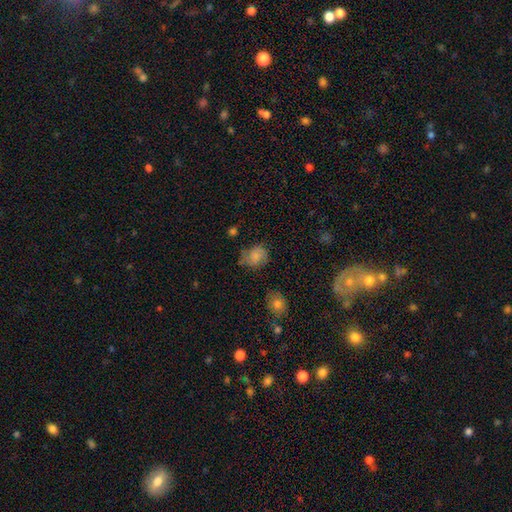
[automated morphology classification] Smooth or featured: smooth — 71% (featured or disk — 19%)
How rounded: round — 61% (in between — 38%)
Merging: none — 64% (minor disturbance — 25%)